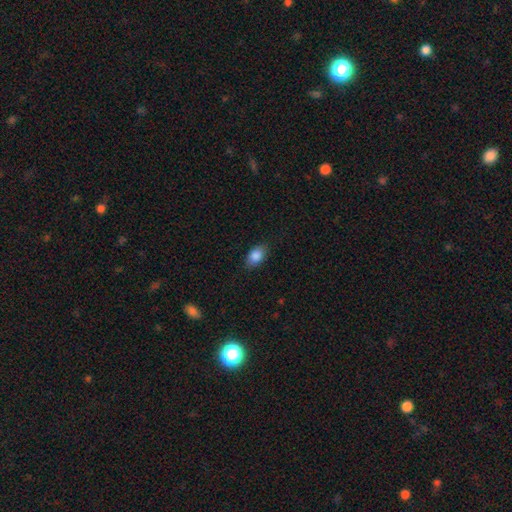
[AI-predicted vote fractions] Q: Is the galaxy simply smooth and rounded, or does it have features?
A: smooth — 87%.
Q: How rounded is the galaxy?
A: in between — 86%.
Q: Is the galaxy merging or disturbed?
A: none — 84%.